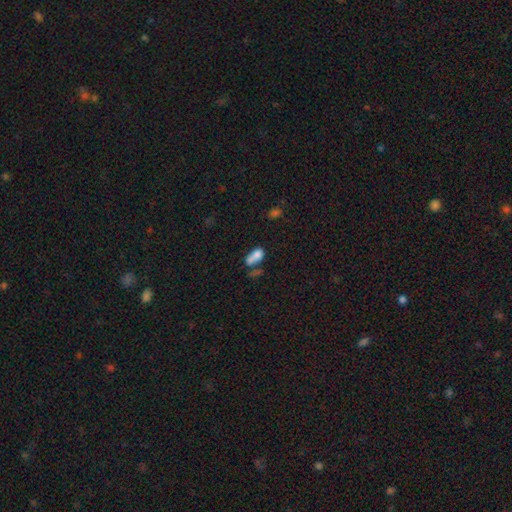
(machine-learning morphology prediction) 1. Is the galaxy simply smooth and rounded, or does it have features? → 73% smooth, 16% featured or disk, 11% star or artifact.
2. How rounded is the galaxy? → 81% in between, 14% round, 5% cigar-shaped.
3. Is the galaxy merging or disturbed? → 53% merger, 23% none, 13% minor disturbance, 11% major disturbance.